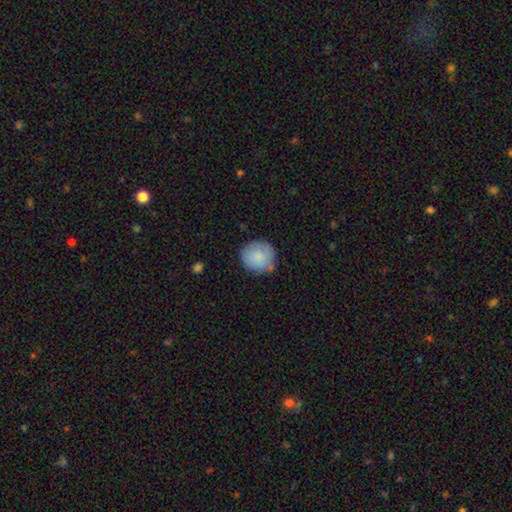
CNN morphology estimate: smooth_or_featured: smooth (p=0.84) [alt: featured or disk p=0.09]
how_rounded: round (p=0.88) [alt: in between p=0.11]
merging: none (p=0.78) [alt: minor disturbance p=0.16]